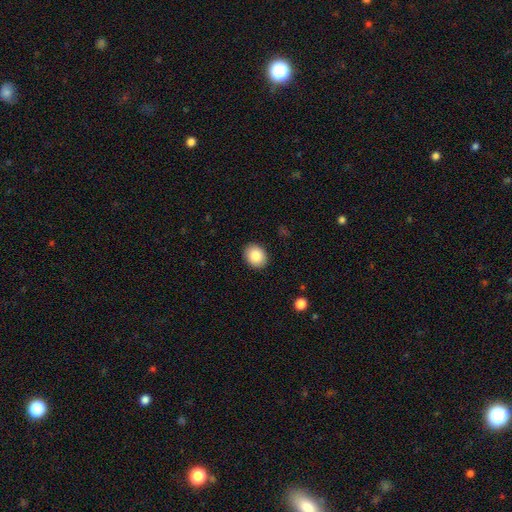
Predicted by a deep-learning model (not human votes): This appears to be a smooth galaxy with no disk features (86%) that is in between round and cigar-shaped (53%). Merging: none (90%).